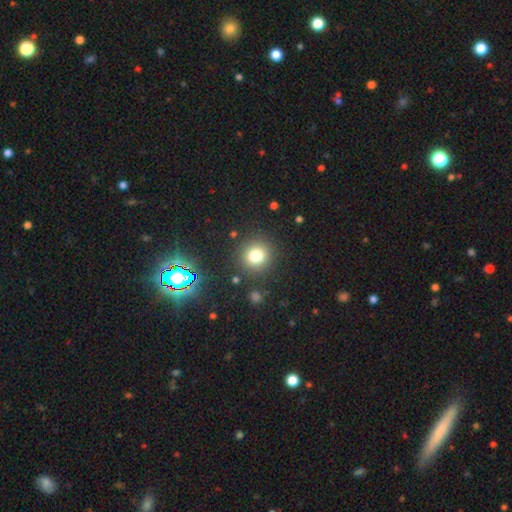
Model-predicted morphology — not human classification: type=smooth (76%); roundness=round (90%); merging=none (87%).